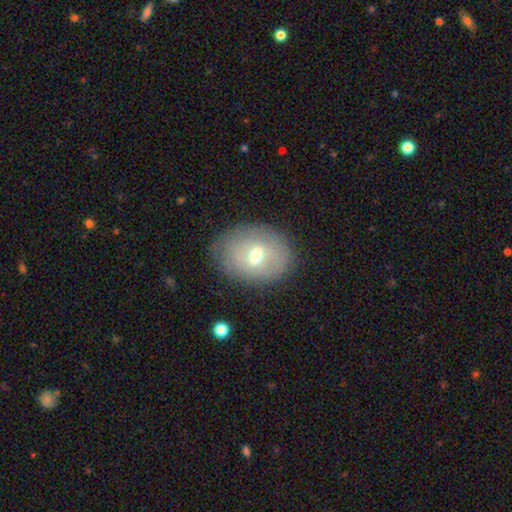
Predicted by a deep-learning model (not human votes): smooth 50%, featured or disk 41%, star or artifact 9%. Down the decision tree: merging — none (79%).